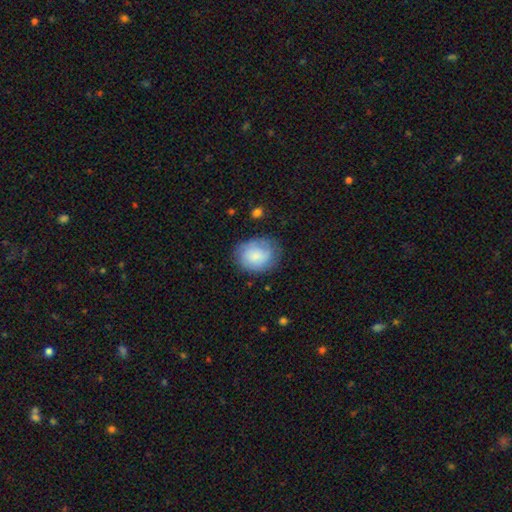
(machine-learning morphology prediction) A smooth galaxy with no disk features (69%) that is round (55%).

Vote fractions:
- Smooth or featured? smooth: 69% / featured or disk: 23% / star or artifact: 8%
- How rounded? round: 55% / in between: 45% / cigar-shaped: 1%
- Merging? none: 69% / minor disturbance: 22% / major disturbance: 7% / merger: 2%